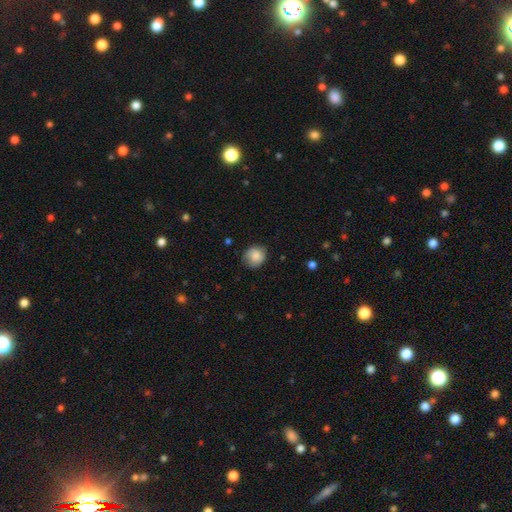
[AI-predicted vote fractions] Smooth or featured? Predicted: smooth (p=0.83). How rounded? Predicted: round (p=0.81). Merging? Predicted: none (p=0.74).